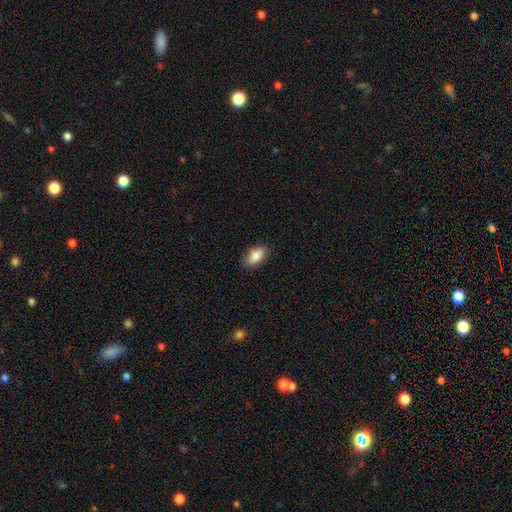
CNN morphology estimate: Smooth or featured?
  - smooth: 86% *
  - featured or disk: 7%
  - star or artifact: 7%
How rounded?
  - in between: 88% *
  - cigar-shaped: 8%
  - round: 4%
Merging?
  - none: 82% *
  - minor disturbance: 14%
  - major disturbance: 3%
  - merger: 1%